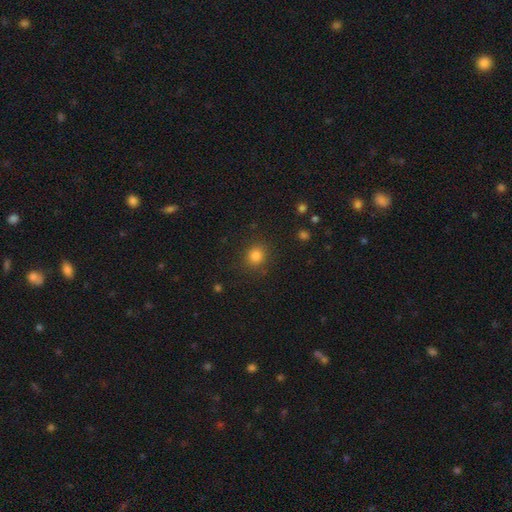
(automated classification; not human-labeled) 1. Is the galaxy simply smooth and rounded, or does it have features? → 83% smooth, 13% star or artifact, 5% featured or disk.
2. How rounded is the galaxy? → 84% round, 15% in between, 1% cigar-shaped.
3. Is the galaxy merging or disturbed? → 87% none, 9% minor disturbance, 3% major disturbance, 2% merger.